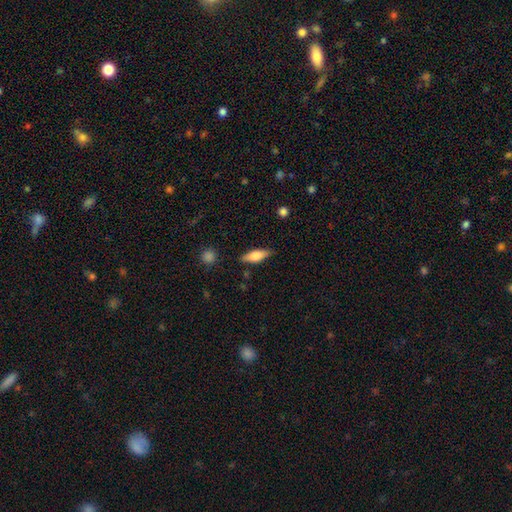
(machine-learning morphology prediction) Q: Smooth or featured?
A: smooth (68%); runner-up: featured or disk (25%)
Q: How rounded?
A: in between (59%); runner-up: cigar-shaped (39%)
Q: Merging?
A: none (84%); runner-up: minor disturbance (12%)